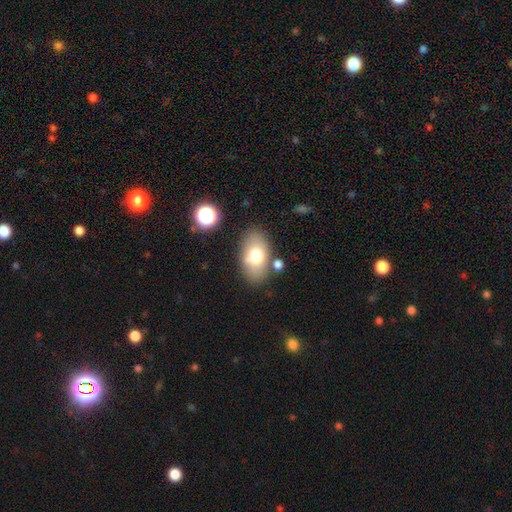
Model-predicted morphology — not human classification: This is likely a smooth galaxy (71%). How rounded: clearly in between (90%). Merging: likely none (77%).